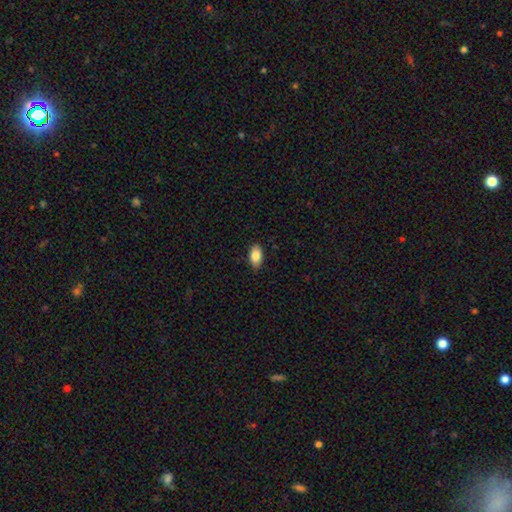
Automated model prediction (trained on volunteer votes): This is clearly a smooth galaxy (85%). How rounded: clearly in between (92%). Merging: clearly none (86%).